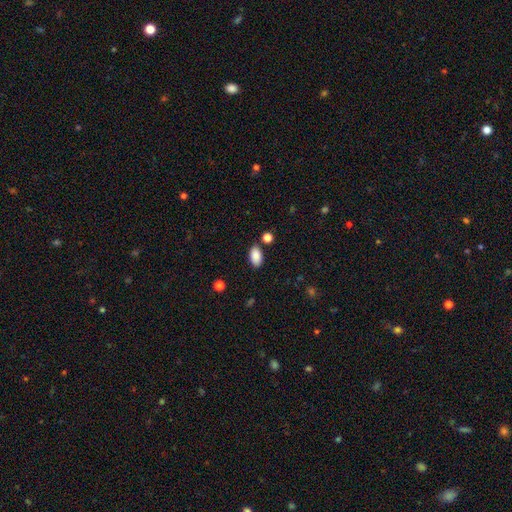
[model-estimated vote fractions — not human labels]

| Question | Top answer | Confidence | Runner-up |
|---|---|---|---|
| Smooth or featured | smooth | 87% | star or artifact (8%) |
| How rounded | in between | 94% | round (4%) |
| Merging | none | 80% | minor disturbance (12%) |